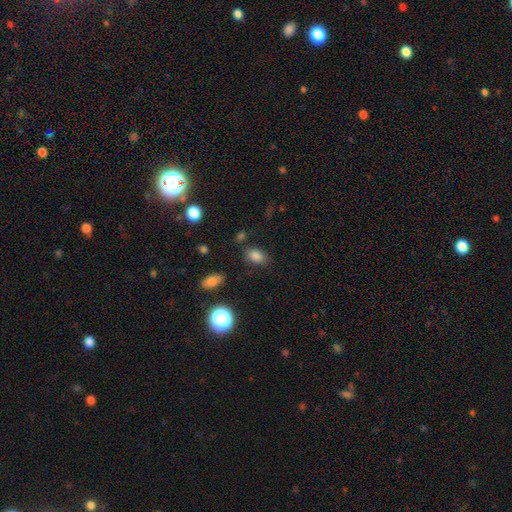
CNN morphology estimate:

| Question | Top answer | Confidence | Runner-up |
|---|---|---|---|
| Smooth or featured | smooth | 82% | star or artifact (12%) |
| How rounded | in between | 81% | round (18%) |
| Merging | none | 77% | minor disturbance (14%) |